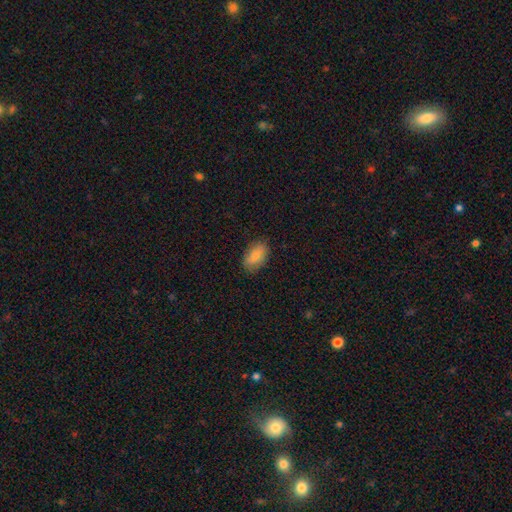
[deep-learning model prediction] Smooth or featured? Predicted: smooth (p=0.82). How rounded? Predicted: in between (p=0.92). Merging? Predicted: none (p=0.83).